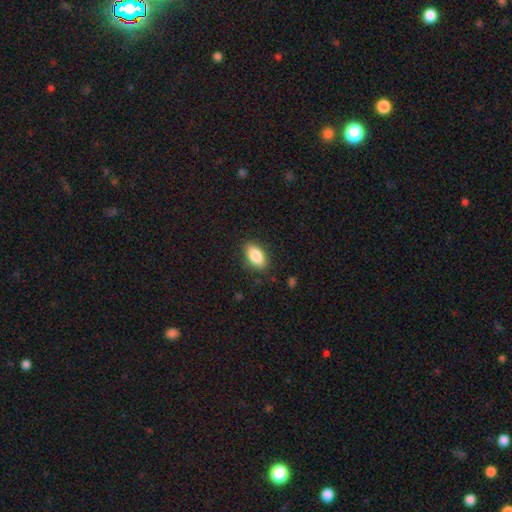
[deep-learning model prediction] smooth-or-featured: smooth: 85% | featured or disk: 8% | star or artifact: 7%
  how-rounded: in between: 90% | cigar-shaped: 6% | round: 5%
  merging: none: 85% | minor disturbance: 11% | major disturbance: 3% | merger: 1%